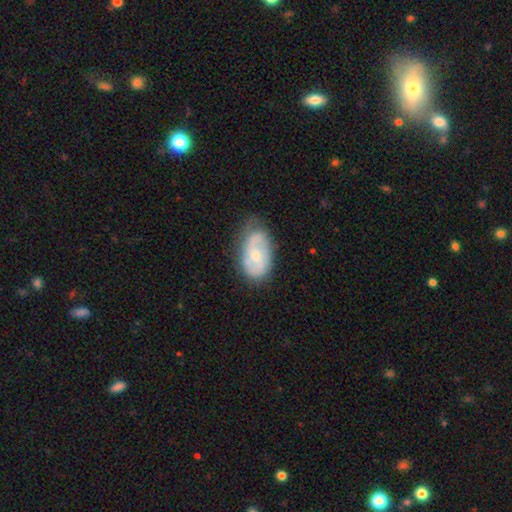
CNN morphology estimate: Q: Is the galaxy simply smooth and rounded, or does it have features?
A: featured or disk — 71%.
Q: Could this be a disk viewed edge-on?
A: no — 96%.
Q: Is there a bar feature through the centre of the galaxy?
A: no — 60%.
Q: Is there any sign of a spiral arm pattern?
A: yes — 86%.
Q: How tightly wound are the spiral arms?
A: medium — 45%.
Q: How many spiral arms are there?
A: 2 — 72%.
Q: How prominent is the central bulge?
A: moderate — 54%.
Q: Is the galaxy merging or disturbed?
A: none — 63%.